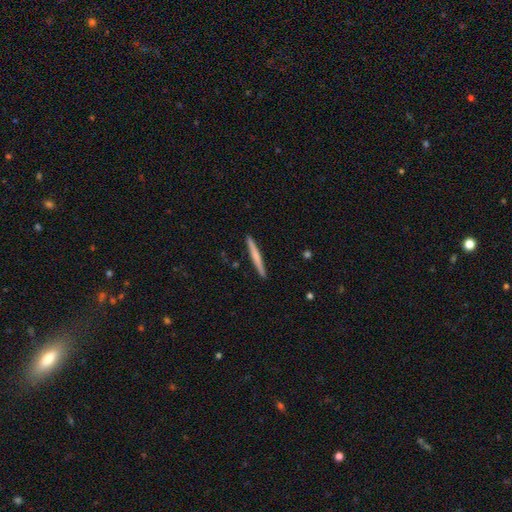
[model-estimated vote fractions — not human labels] Smooth or featured? Predicted: smooth (p=0.57). How rounded? Predicted: cigar-shaped (p=0.97). Merging? Predicted: none (p=0.92).